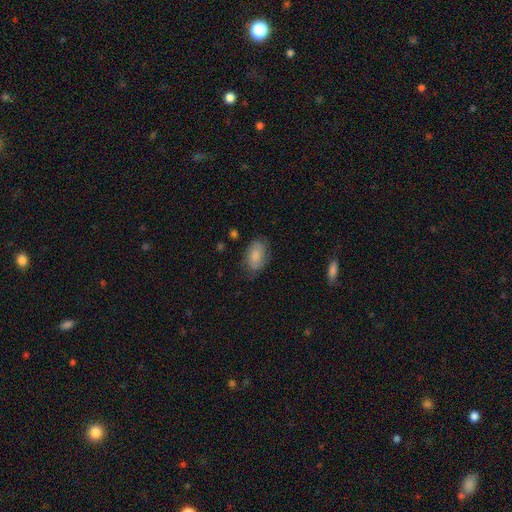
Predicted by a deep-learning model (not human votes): This is likely a smooth galaxy (75%). How rounded: clearly in between (88%). Merging: likely none (71%).